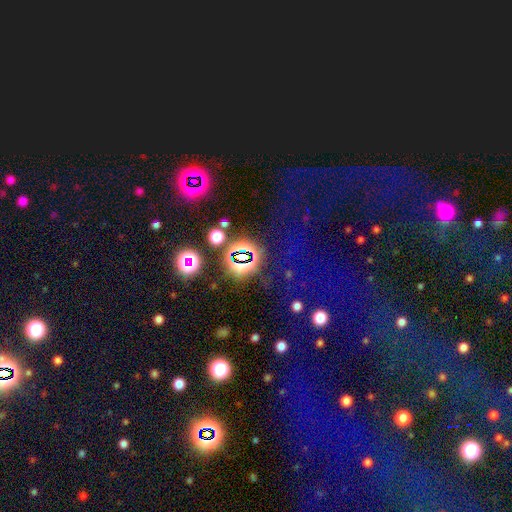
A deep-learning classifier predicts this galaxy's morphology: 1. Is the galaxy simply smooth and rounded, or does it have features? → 82% star or artifact, 10% smooth, 8% featured or disk.